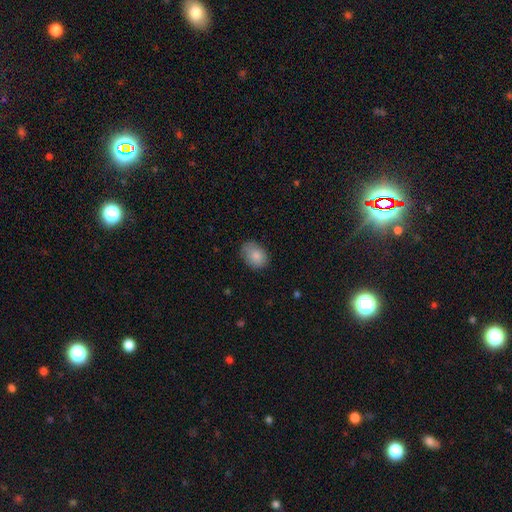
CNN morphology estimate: smooth_or_featured: smooth (p=0.85) [alt: featured or disk p=0.08]
how_rounded: in between (p=0.72) [alt: round p=0.27]
merging: none (p=0.76) [alt: minor disturbance p=0.19]